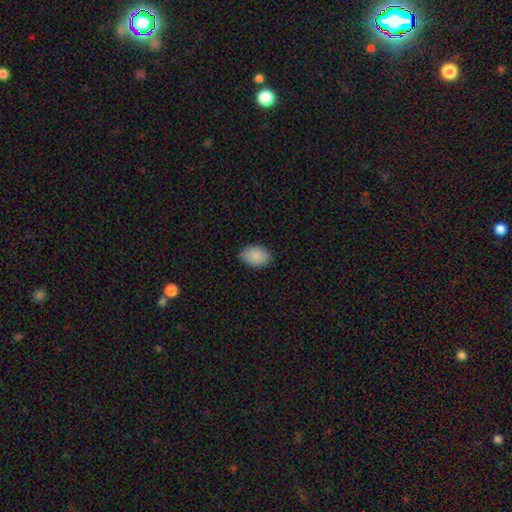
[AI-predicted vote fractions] A smooth galaxy with no disk features (88%) that is in between round and cigar-shaped (81%). Merging: none (86%).